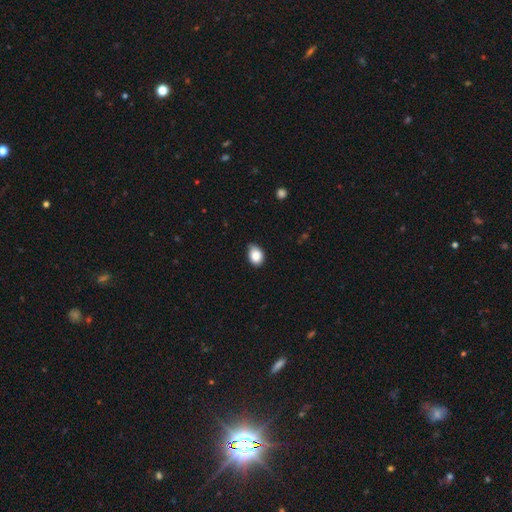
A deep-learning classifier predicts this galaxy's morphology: smooth 86%, star or artifact 8%, featured or disk 6%. Down the decision tree: how rounded — in between (69%); merging — none (68%).